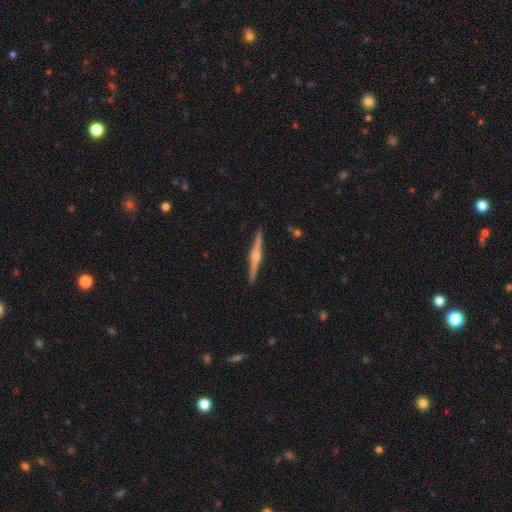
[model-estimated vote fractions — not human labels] Q: Smooth or featured?
A: featured or disk (75%); runner-up: smooth (20%)
Q: Edge-on disk?
A: yes (98%); runner-up: no (2%)
Q: Edge-on bulge?
A: rounded (85%); runner-up: boxy (9%)
Q: Merging?
A: none (92%); runner-up: minor disturbance (6%)